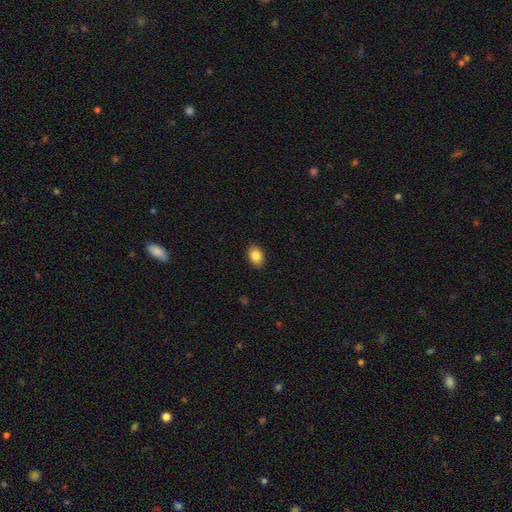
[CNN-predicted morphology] Smooth or featured? Predicted: smooth (p=0.86). How rounded? Predicted: in between (p=0.76). Merging? Predicted: none (p=0.89).